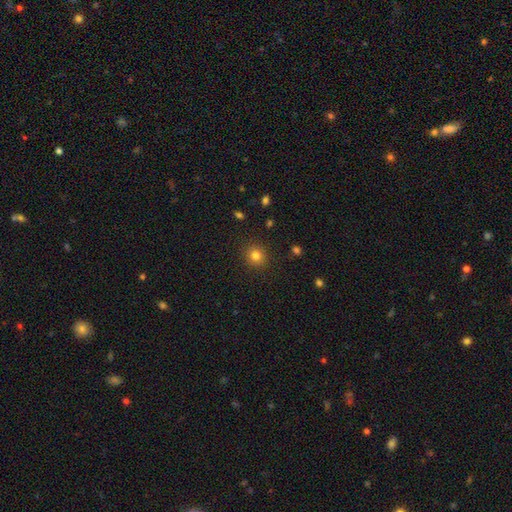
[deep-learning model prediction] Overall: smooth (81%). How rounded: round (88%). Merging: none (90%).